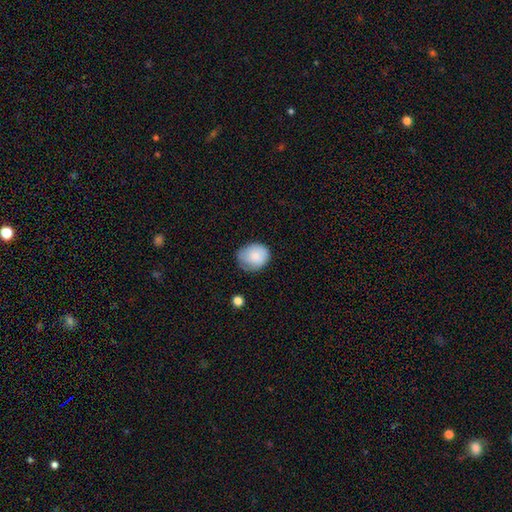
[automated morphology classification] A smooth galaxy with no disk features (81%) that is round (66%).

Vote fractions:
- Smooth or featured? smooth: 81% / featured or disk: 11% / star or artifact: 7%
- How rounded? round: 66% / in between: 33% / cigar-shaped: 1%
- Merging? none: 64% / minor disturbance: 28% / major disturbance: 6% / merger: 2%